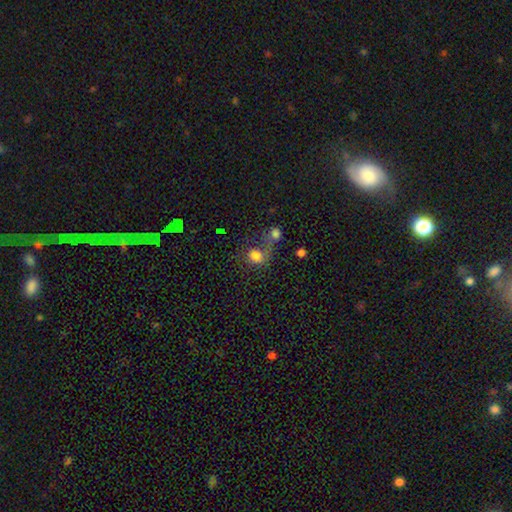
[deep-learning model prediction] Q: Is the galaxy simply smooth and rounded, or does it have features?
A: smooth — 78%.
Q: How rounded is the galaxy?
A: round — 69%.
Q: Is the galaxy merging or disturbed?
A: merger — 39%.